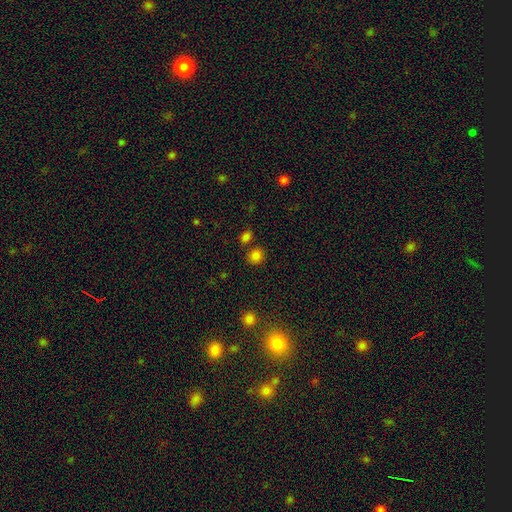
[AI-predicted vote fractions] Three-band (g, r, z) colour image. It shows a smooth galaxy with no disk features (82%) that is round (78%). Merging: none (76%).